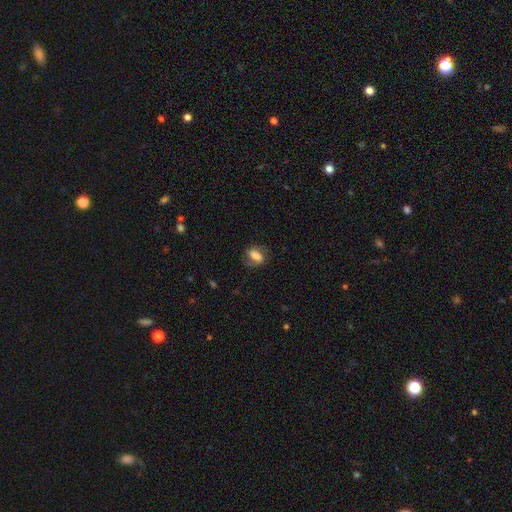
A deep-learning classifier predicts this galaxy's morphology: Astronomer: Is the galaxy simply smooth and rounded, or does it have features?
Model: smooth — 67%.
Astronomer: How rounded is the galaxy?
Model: in between — 78%.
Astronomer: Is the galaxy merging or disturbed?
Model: none — 67%.